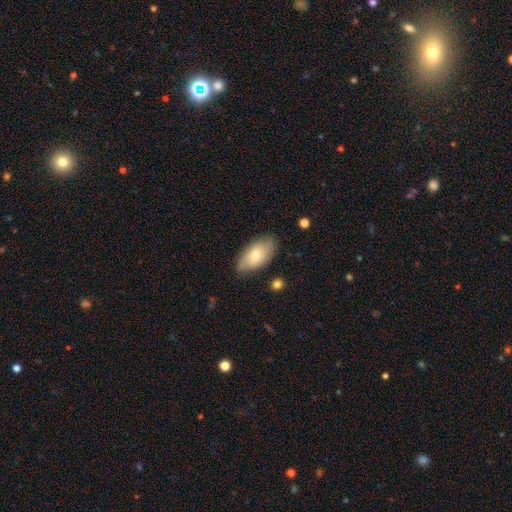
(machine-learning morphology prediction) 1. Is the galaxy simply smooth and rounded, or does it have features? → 70% smooth, 24% featured or disk, 6% star or artifact.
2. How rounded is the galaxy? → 93% in between, 4% cigar-shaped, 3% round.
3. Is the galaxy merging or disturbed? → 78% none, 17% minor disturbance, 3% major disturbance, 1% merger.